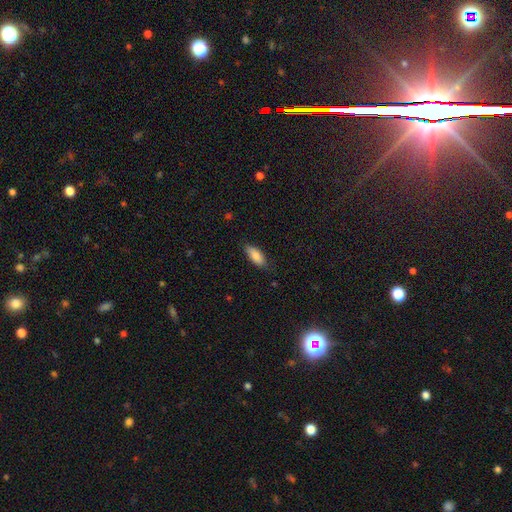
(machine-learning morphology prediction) A smooth galaxy with no disk features (85%) that is in between round and cigar-shaped (81%). Merging: none (79%).